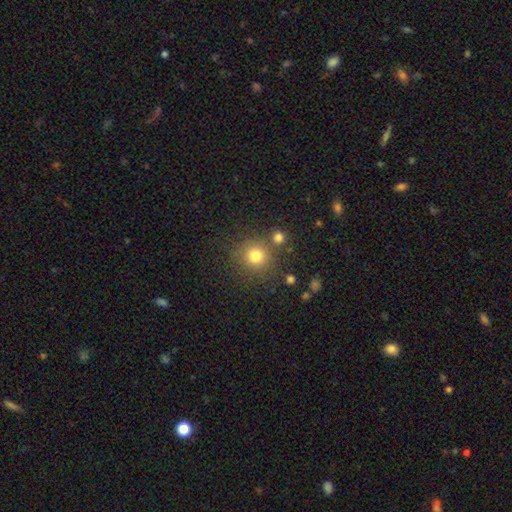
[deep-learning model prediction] Q: Smooth or featured?
A: smooth (78%); runner-up: star or artifact (15%)
Q: How rounded?
A: round (91%); runner-up: in between (8%)
Q: Merging?
A: none (77%); runner-up: merger (10%)